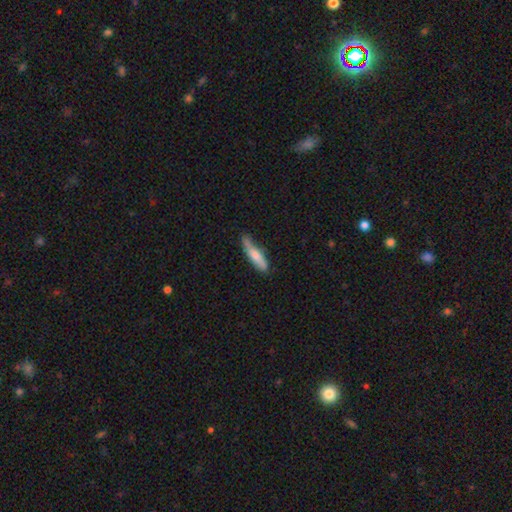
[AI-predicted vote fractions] A smooth galaxy with no disk features (69%) that is cigar-shaped (76%).

Vote fractions:
- Smooth or featured? smooth: 69% / featured or disk: 26% / star or artifact: 5%
- How rounded? cigar-shaped: 76% / in between: 23% / round: 2%
- Merging? none: 57% / minor disturbance: 32% / major disturbance: 7% / merger: 4%